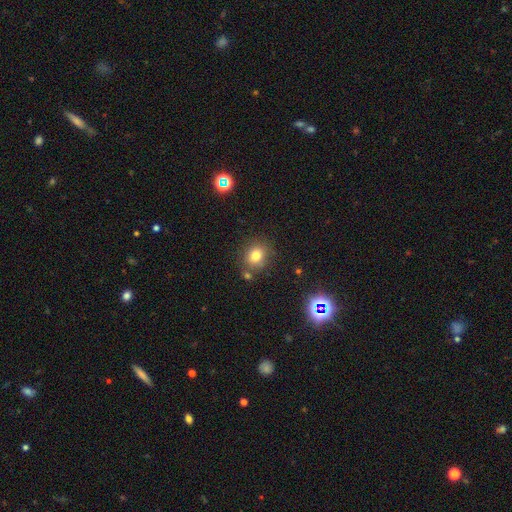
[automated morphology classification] A smooth galaxy with no disk features (77%) that is round (73%).

Vote fractions:
- Smooth or featured? smooth: 77% / star or artifact: 15% / featured or disk: 8%
- How rounded? round: 73% / in between: 26% / cigar-shaped: 1%
- Merging? none: 77% / minor disturbance: 11% / merger: 9% / major disturbance: 3%